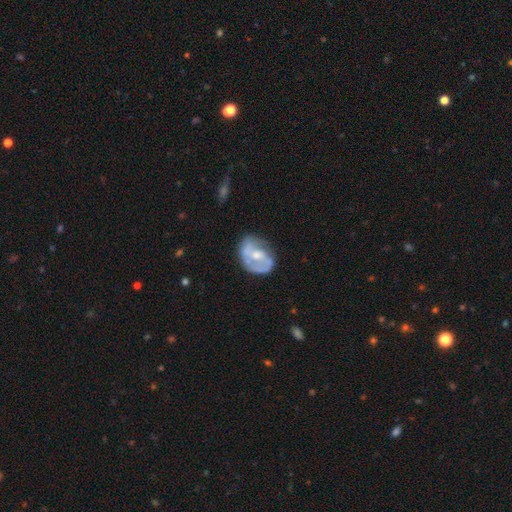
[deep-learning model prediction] This appears to be a featured or disk galaxy (68%) with no bar (52%), spiral arms (66%) and a moderate central bulge (55%). Merging: none (54%).